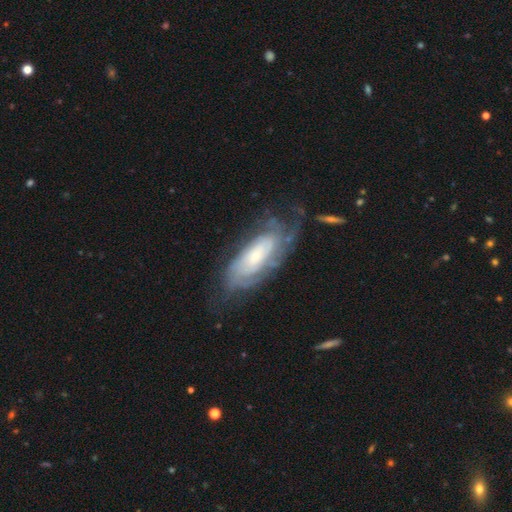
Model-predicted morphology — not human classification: This is likely a featured or disk galaxy (75%). It is clearly not viewed edge-on (89%). Bar: likely no (71%). Spiral arm pattern: clearly yes (90%). Spiral arm count: possibly can't tell (55%). Spiral winding: likely tight (67%). Central bulge: likely small (66%). Merging: likely none (60%).